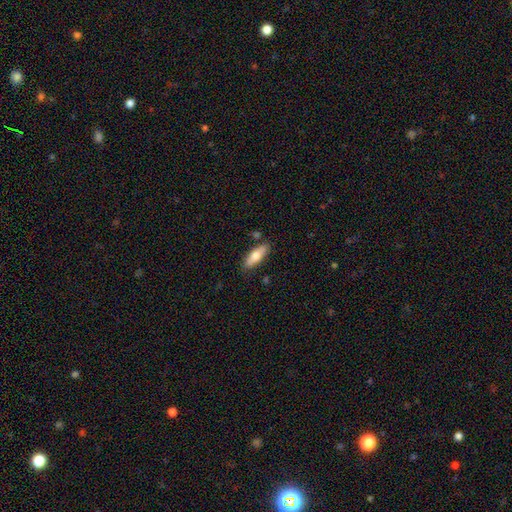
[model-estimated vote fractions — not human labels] Smooth or featured: smooth — 70% (featured or disk — 25%)
How rounded: in between — 63% (cigar-shaped — 35%)
Merging: none — 82% (minor disturbance — 12%)